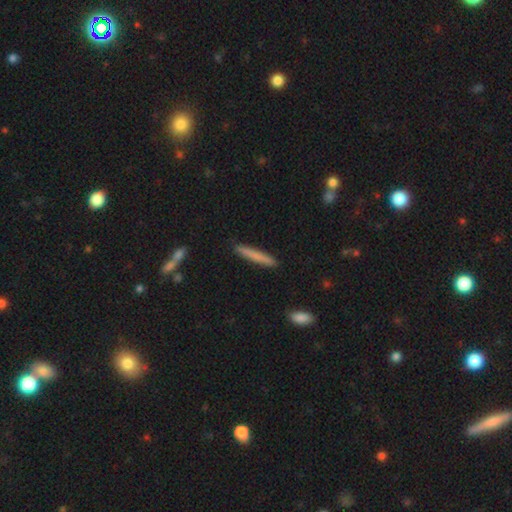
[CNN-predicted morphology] Q: Smooth or featured?
A: smooth (75%); runner-up: featured or disk (19%)
Q: How rounded?
A: cigar-shaped (95%); runner-up: in between (3%)
Q: Merging?
A: none (90%); runner-up: minor disturbance (7%)